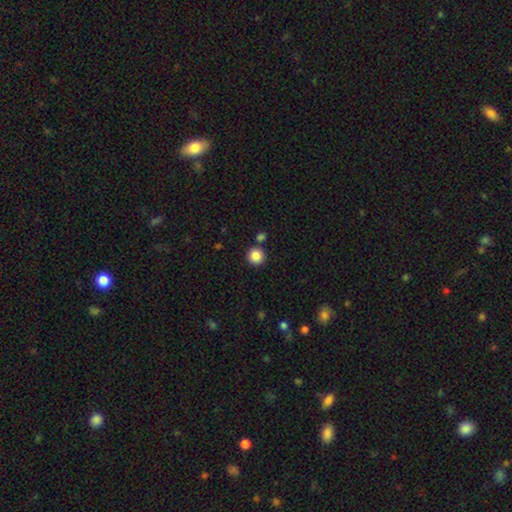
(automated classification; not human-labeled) smooth-or-featured: smooth: 86% | star or artifact: 10% | featured or disk: 4%
  how-rounded: round: 95% | in between: 5% | cigar-shaped: 1%
  merging: none: 86% | merger: 6% | minor disturbance: 6% | major disturbance: 2%